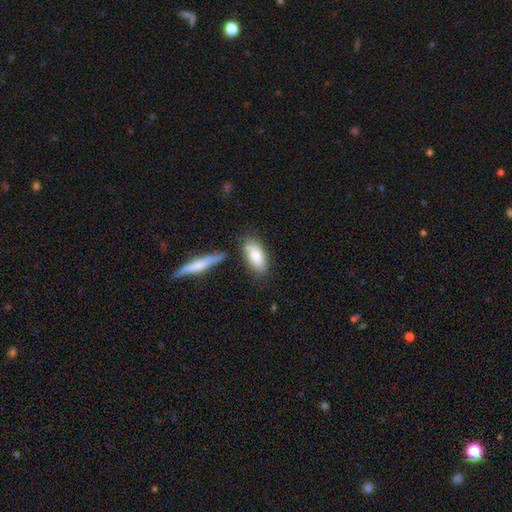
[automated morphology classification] Overall: smooth (79%). How rounded: in between (85%). Merging: none (67%).